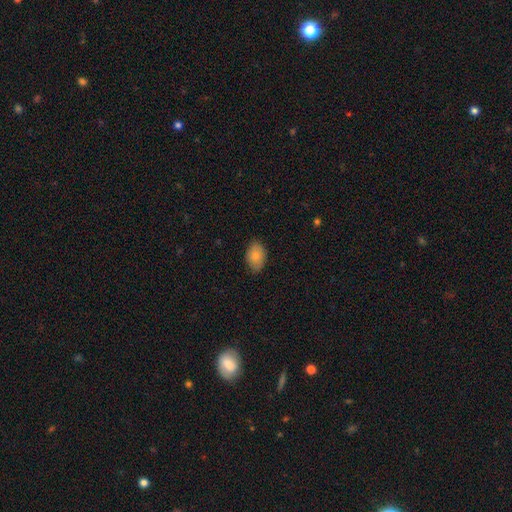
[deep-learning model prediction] Smooth or featured?
  - smooth: 82% *
  - featured or disk: 11%
  - star or artifact: 8%
How rounded?
  - in between: 87% *
  - round: 12%
  - cigar-shaped: 1%
Merging?
  - none: 83% *
  - minor disturbance: 14%
  - major disturbance: 2%
  - merger: 1%